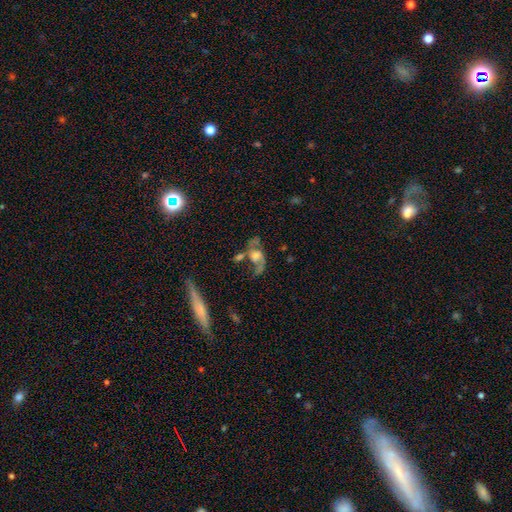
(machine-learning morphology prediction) Smooth or featured: featured or disk — 74% (smooth — 17%)
Edge-on disk: no — 91% (yes — 9%)
Bar: no — 70% (weak — 24%)
Spiral arms: yes — 85% (no — 15%)
Spiral winding: loose — 49% (medium — 39%)
Spiral arm count: 2 — 82% (1 — 8%)
Bulge size: moderate — 52% (large — 20%)
Merging: none — 45% (merger — 19%)